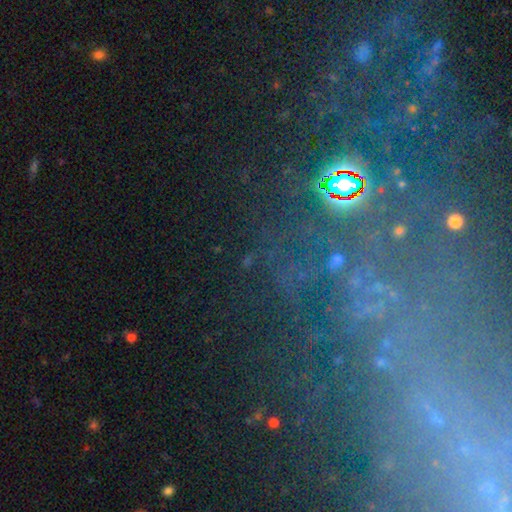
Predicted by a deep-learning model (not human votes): Morphology: type=star or artifact (56%).